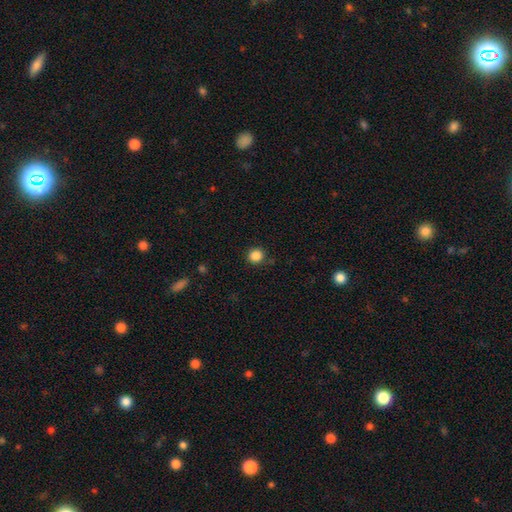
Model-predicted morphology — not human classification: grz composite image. It shows a smooth galaxy with no disk features (86%) that is round (91%). Merging: none (88%).